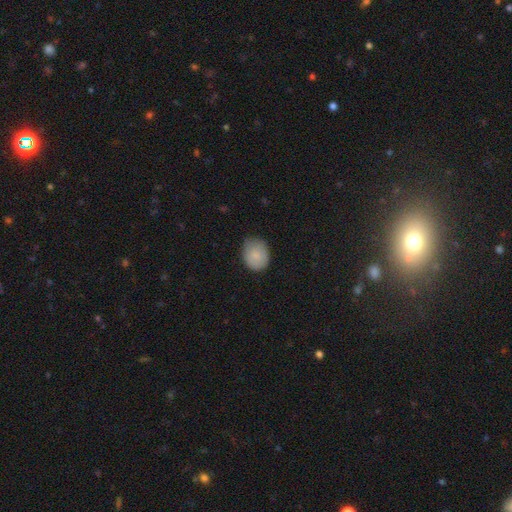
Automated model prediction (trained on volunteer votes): Q: Smooth or featured?
A: smooth (85%); runner-up: featured or disk (8%)
Q: How rounded?
A: round (53%); runner-up: in between (46%)
Q: Merging?
A: none (69%); runner-up: minor disturbance (25%)